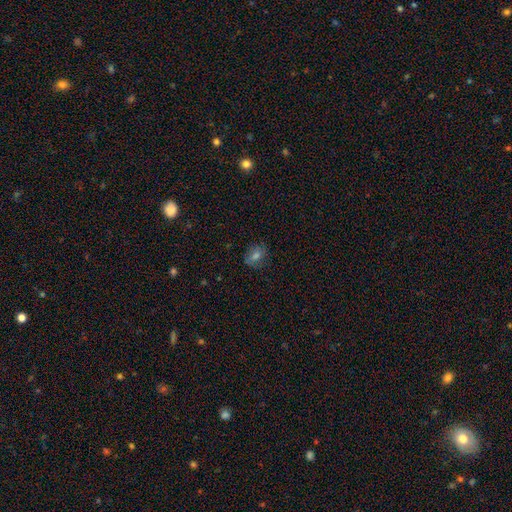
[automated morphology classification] A smooth galaxy with no disk features (57%) that is in between round and cigar-shaped (51%). Merging: none (80%).